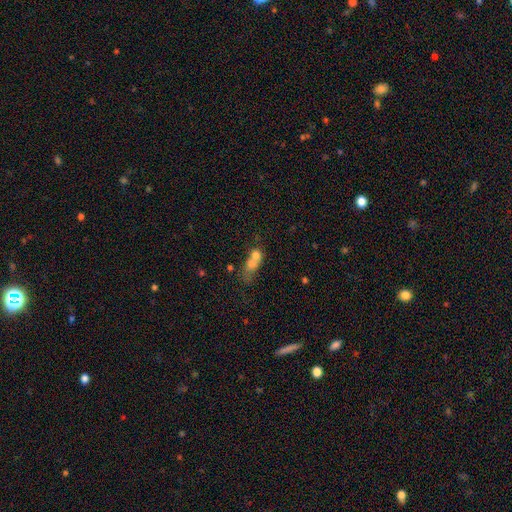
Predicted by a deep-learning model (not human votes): This appears to be a smooth galaxy with no disk features (66%) that is in between round and cigar-shaped (47%). Merging: merger (69%).